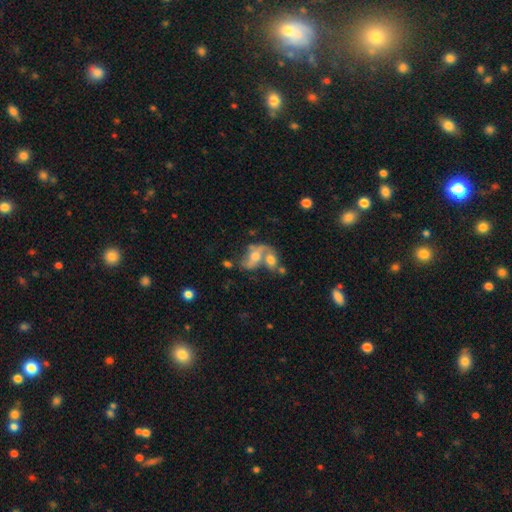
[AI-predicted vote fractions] smooth_or_featured: featured or disk (p=0.54) [alt: smooth p=0.35]
disk_edge_on: no (p=0.94) [alt: yes p=0.06]
bar: no (p=0.60) [alt: weak p=0.29]
has_spiral_arms: yes (p=0.61) [alt: no p=0.39]
bulge_size: moderate (p=0.52) [alt: small p=0.18]
merging: merger (p=0.56) [alt: none p=0.21]